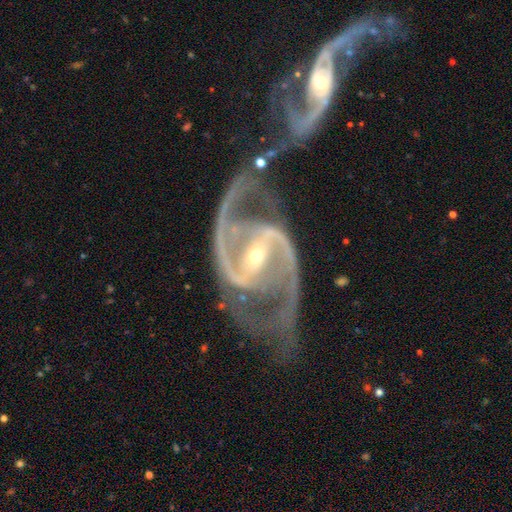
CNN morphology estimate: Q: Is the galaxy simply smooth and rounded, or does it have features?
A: featured or disk — 94%.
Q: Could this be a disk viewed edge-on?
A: no — 98%.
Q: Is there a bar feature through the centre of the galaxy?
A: strong — 58%.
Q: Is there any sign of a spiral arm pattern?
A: yes — 98%.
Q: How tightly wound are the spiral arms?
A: medium — 60%.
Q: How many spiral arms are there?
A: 2 — 92%.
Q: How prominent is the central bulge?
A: small — 64%.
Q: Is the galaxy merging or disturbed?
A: merger — 42%.